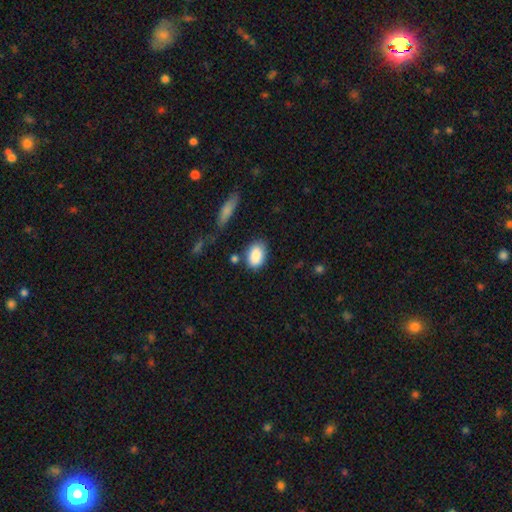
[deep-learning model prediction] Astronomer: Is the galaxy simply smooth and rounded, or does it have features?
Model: smooth — 88%.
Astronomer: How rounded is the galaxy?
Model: in between — 85%.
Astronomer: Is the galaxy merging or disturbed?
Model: none — 71%.